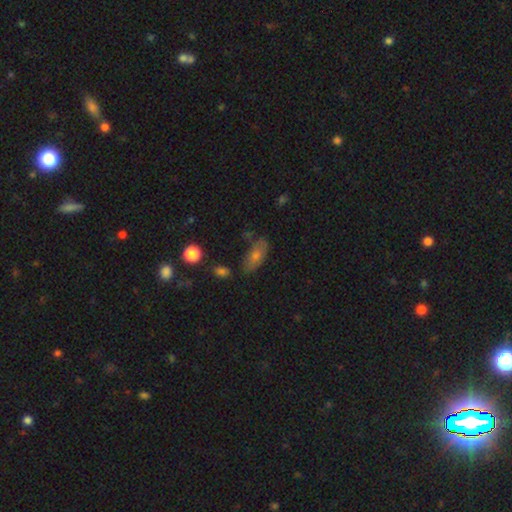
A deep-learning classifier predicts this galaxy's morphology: A smooth galaxy with no disk features (65%) that is in between round and cigar-shaped (79%).

Vote fractions:
- Smooth or featured? smooth: 65% / featured or disk: 23% / star or artifact: 12%
- How rounded? in between: 79% / cigar-shaped: 15% / round: 5%
- Merging? none: 66% / minor disturbance: 22% / major disturbance: 6% / merger: 5%